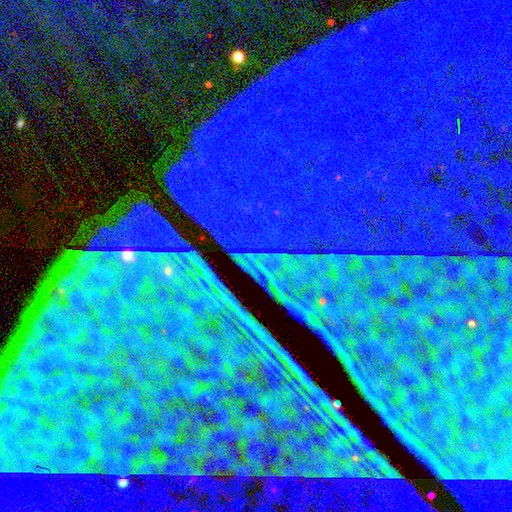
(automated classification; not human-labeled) Smooth or featured: star or artifact — 86% (featured or disk — 8%)